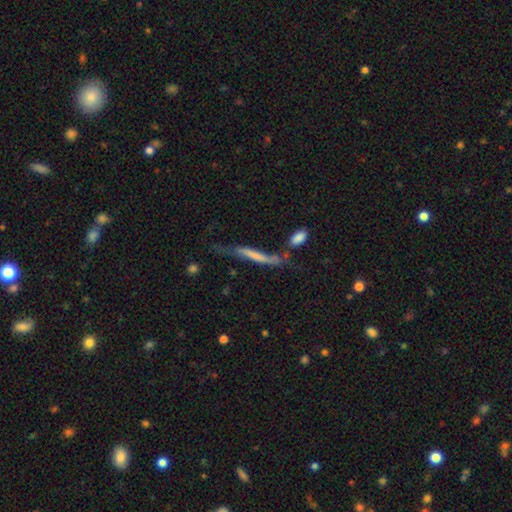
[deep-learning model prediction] This is possibly a smooth galaxy (49%). Merging: marginally none (39%).